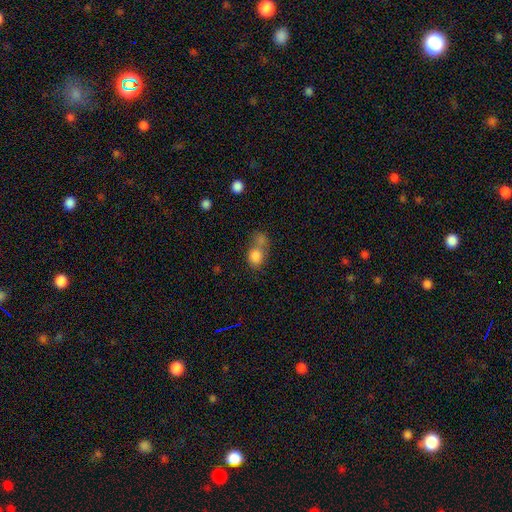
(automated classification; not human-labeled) Q: Smooth or featured?
A: smooth (82%); runner-up: star or artifact (10%)
Q: How rounded?
A: round (62%); runner-up: in between (37%)
Q: Merging?
A: merger (52%); runner-up: none (33%)